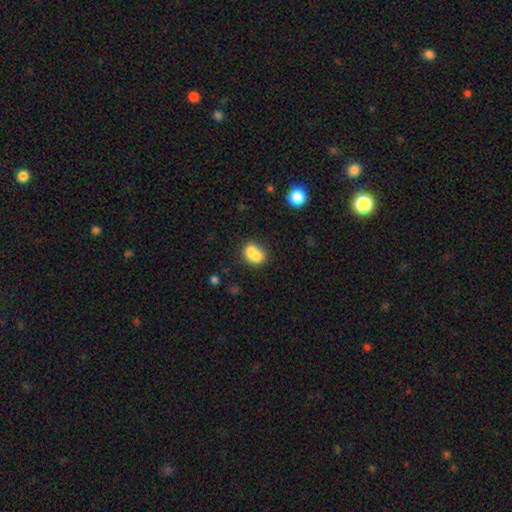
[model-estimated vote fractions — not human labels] Smooth or featured?
  - smooth: 76% *
  - featured or disk: 14%
  - star or artifact: 10%
How rounded?
  - in between: 63% *
  - round: 35%
  - cigar-shaped: 2%
Merging?
  - merger: 49% *
  - none: 34%
  - minor disturbance: 12%
  - major disturbance: 5%